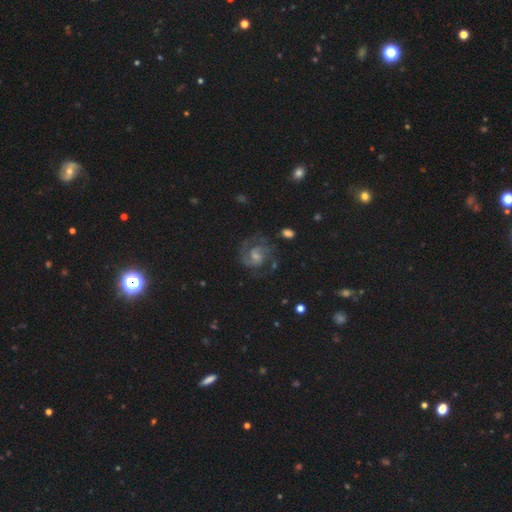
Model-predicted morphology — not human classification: smooth_or_featured: featured or disk (p=0.82) [alt: smooth p=0.09]
disk_edge_on: no (p=0.98) [alt: yes p=0.02]
bar: weak (p=0.51) [alt: no p=0.40]
has_spiral_arms: yes (p=0.96) [alt: no p=0.04]
spiral_winding: medium (p=0.52) [alt: tight p=0.35]
spiral_arm_count: 2 (p=0.74) [alt: can't tell p=0.09]
bulge_size: small (p=0.47) [alt: moderate p=0.28]
merging: none (p=0.69) [alt: minor disturbance p=0.17]